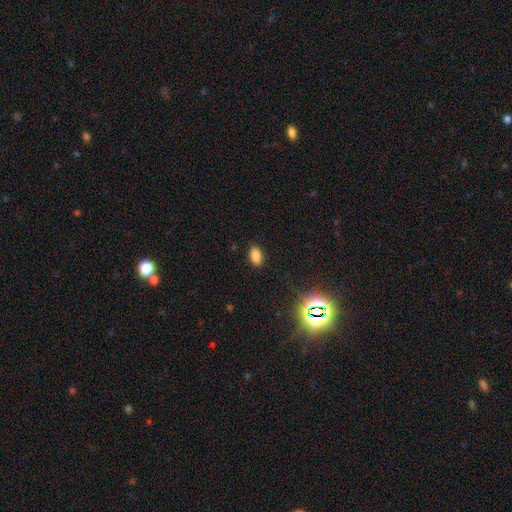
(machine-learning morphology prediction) Q: Smooth or featured?
A: smooth (83%); runner-up: star or artifact (13%)
Q: How rounded?
A: in between (90%); runner-up: round (8%)
Q: Merging?
A: none (88%); runner-up: minor disturbance (8%)